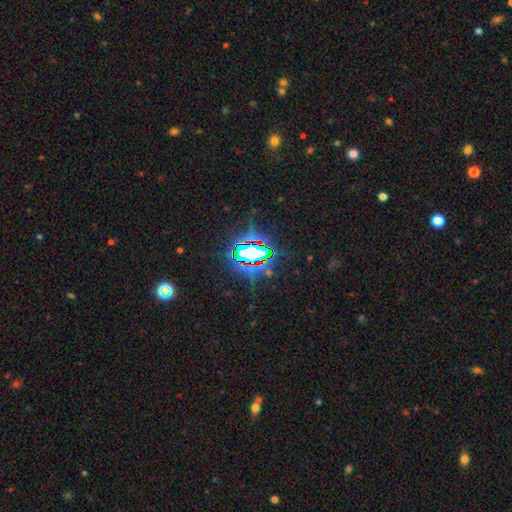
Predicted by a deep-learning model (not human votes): This appears to be a star or artifact, not a galaxy (75%).